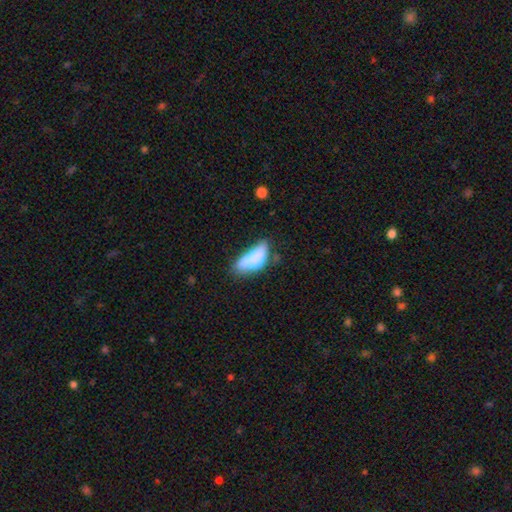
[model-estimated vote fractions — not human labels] Smooth or featured?
  - smooth: 68% *
  - featured or disk: 23%
  - star or artifact: 8%
How rounded?
  - in between: 78% *
  - cigar-shaped: 19%
  - round: 3%
Merging?
  - none: 30% *
  - minor disturbance: 27%
  - merger: 22%
  - major disturbance: 21%